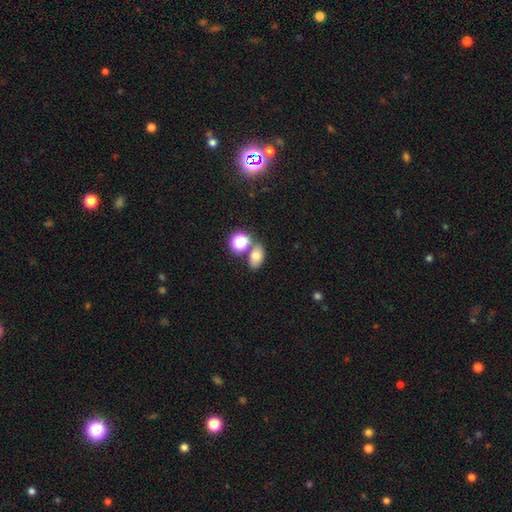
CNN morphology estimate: smooth_or_featured: smooth (p=0.73) [alt: star or artifact p=0.15]
how_rounded: in between (p=0.78) [alt: round p=0.20]
merging: none (p=0.65) [alt: merger p=0.20]